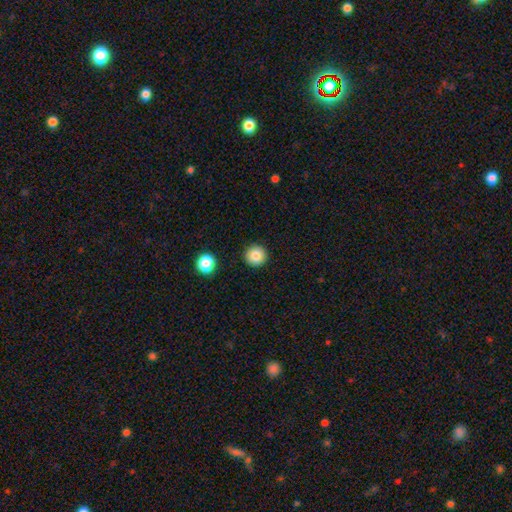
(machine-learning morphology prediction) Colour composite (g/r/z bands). It shows a smooth galaxy with no disk features (85%) that is round (95%). Merging: none (92%).